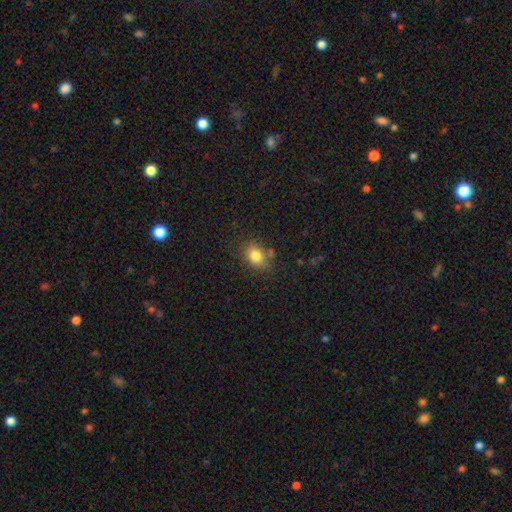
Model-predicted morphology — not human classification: Smooth or featured? smooth (81%)
How rounded? in between (57%)
Merging? none (74%)